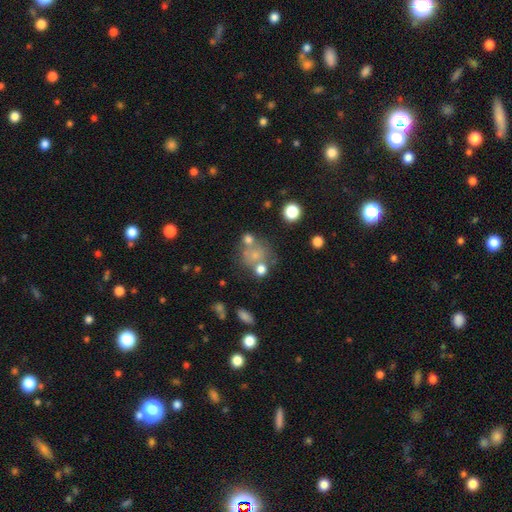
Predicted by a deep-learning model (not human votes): Morphology: type=smooth (62%); roundness=round (77%); merging=none (48%).